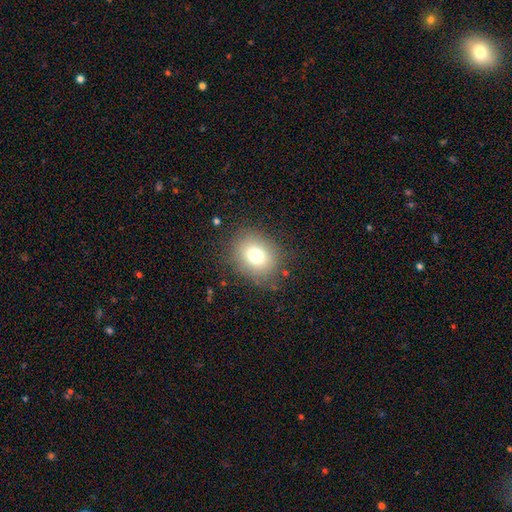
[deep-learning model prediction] Overall: smooth (75%). How rounded: round (57%; in between 42%). Merging: none (82%).